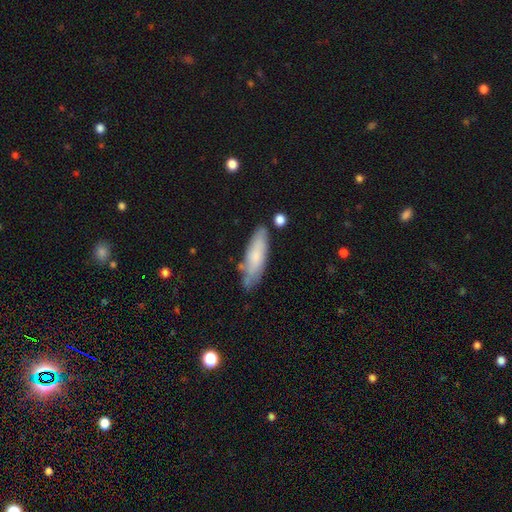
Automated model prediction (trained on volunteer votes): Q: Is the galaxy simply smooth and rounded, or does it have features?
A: smooth — 69%.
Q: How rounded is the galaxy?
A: cigar-shaped — 54%.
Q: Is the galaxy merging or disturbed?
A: none — 72%.